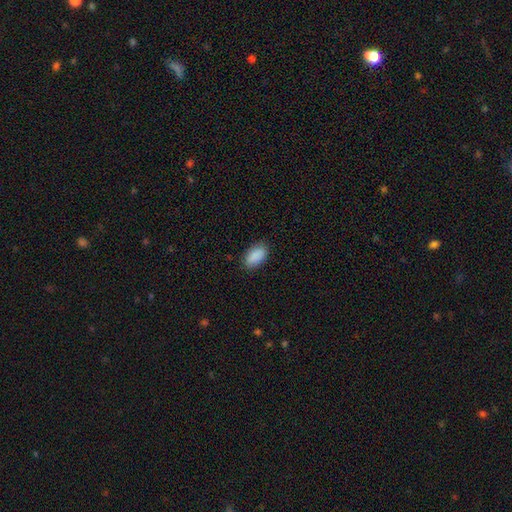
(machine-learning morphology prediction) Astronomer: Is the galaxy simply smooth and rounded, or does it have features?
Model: smooth — 90%.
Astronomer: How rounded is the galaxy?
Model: in between — 94%.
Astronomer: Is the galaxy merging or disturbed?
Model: none — 86%.